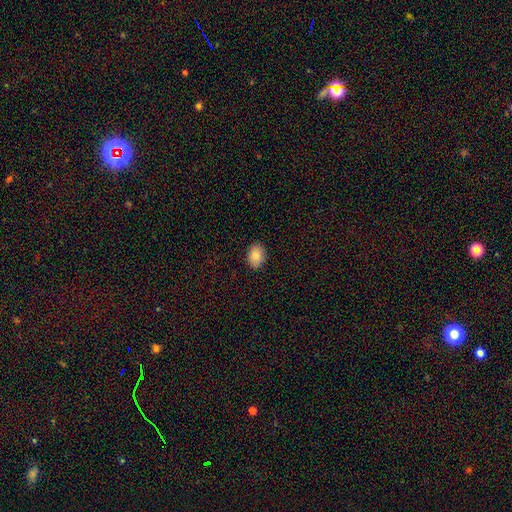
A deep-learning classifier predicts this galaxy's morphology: This appears to be a smooth galaxy with no disk features (87%) that is in between round and cigar-shaped (81%). Merging: none (89%).